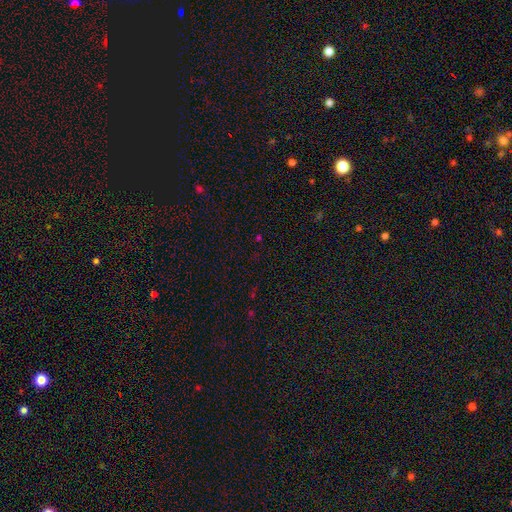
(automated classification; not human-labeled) smooth_or_featured: star or artifact (p=0.66) [alt: smooth p=0.27]